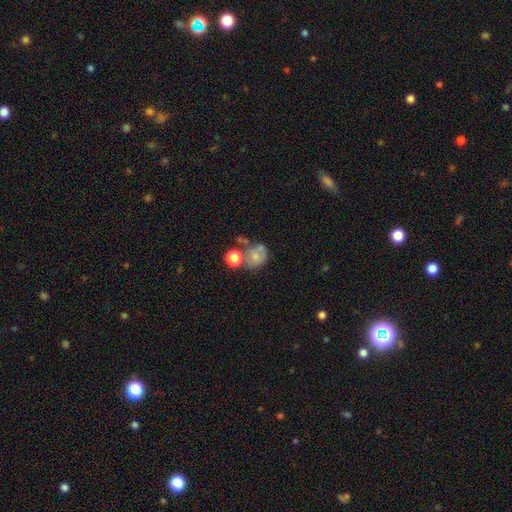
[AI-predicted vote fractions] A smooth galaxy with no disk features (59%) that is round (65%). Merging: merger (36%).